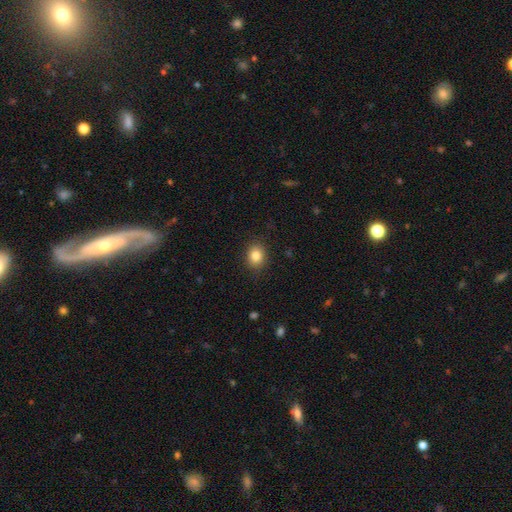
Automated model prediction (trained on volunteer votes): smooth 84%, star or artifact 10%, featured or disk 6%. Down the decision tree: how rounded — round (59%); merging — none (88%).